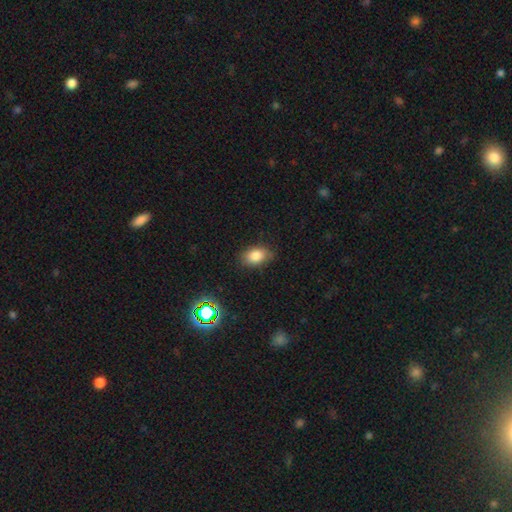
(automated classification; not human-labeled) This is clearly a smooth galaxy (82%). How rounded: clearly in between (85%). Merging: clearly none (80%).